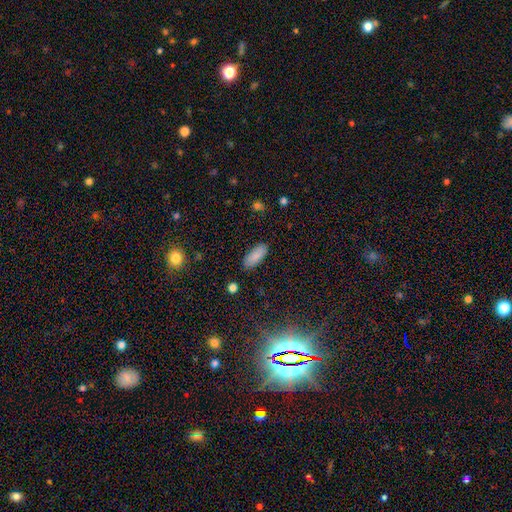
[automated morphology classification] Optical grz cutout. It shows a smooth galaxy with no disk features (86%) that is in between round and cigar-shaped (81%). Merging: none (86%).